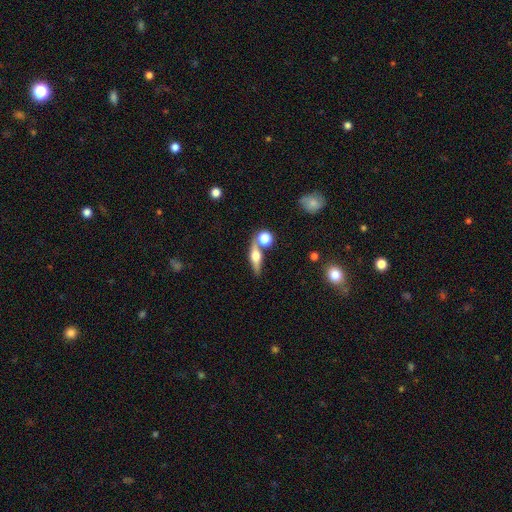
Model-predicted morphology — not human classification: featured or disk 57%, smooth 34%, star or artifact 9%. Down the decision tree: edge-on disk — yes (92%); edge-on bulge — rounded (94%); merging — none (68%).